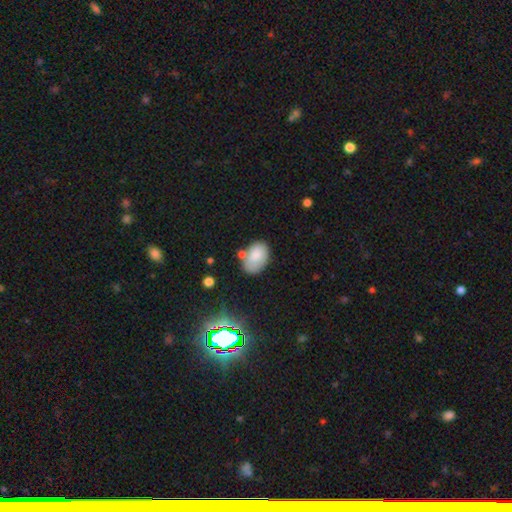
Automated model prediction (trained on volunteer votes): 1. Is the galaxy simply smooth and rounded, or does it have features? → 81% smooth, 11% featured or disk, 9% star or artifact.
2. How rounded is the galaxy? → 88% in between, 11% round, 1% cigar-shaped.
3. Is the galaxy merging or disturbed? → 57% none, 22% minor disturbance, 15% merger, 6% major disturbance.